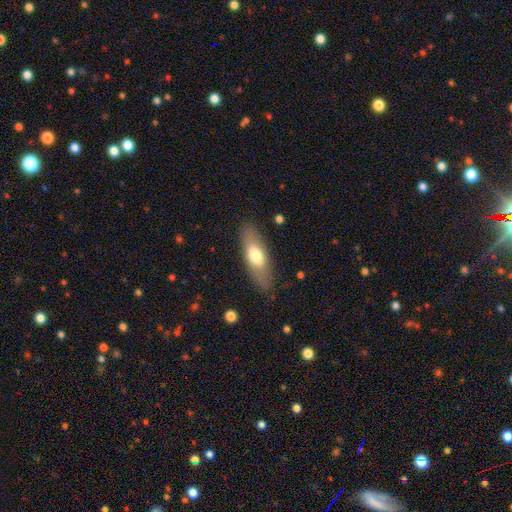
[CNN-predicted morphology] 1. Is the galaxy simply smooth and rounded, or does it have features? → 65% smooth, 29% featured or disk, 6% star or artifact.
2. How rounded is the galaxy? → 65% in between, 33% cigar-shaped, 2% round.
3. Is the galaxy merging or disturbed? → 83% none, 12% minor disturbance, 4% major disturbance, 1% merger.